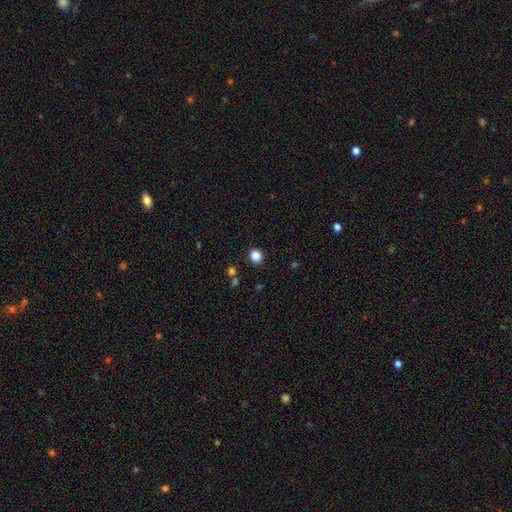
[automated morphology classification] This appears to be a smooth galaxy with no disk features (85%) that is round (82%). Merging: none (88%).